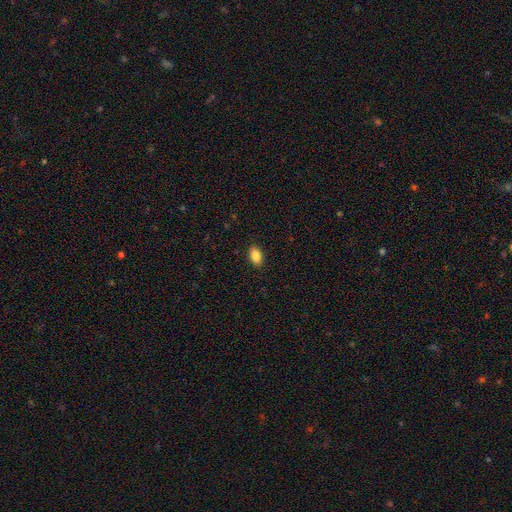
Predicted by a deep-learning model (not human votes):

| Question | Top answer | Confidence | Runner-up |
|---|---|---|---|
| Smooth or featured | smooth | 86% | star or artifact (8%) |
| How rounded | in between | 89% | round (9%) |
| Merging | none | 90% | minor disturbance (7%) |